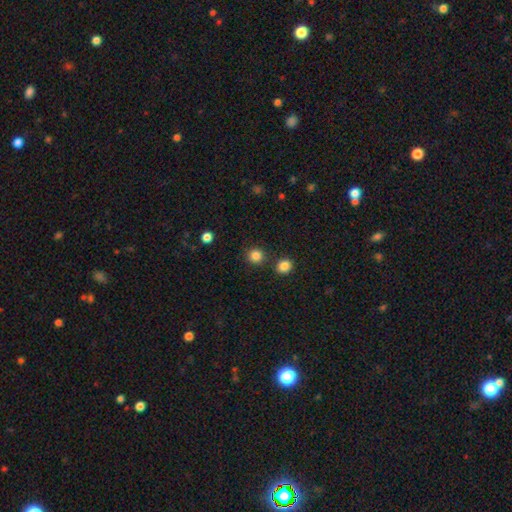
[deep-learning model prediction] Q: Smooth or featured?
A: smooth (85%); runner-up: star or artifact (12%)
Q: How rounded?
A: round (91%); runner-up: in between (8%)
Q: Merging?
A: none (84%); runner-up: merger (7%)